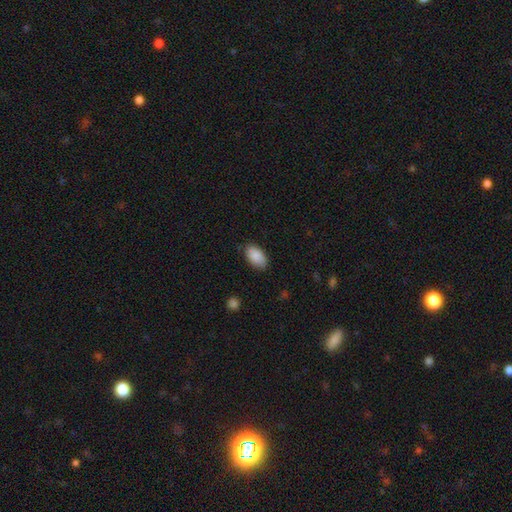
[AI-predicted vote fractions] This is clearly a smooth galaxy (89%). How rounded: clearly in between (94%). Merging: clearly none (81%).